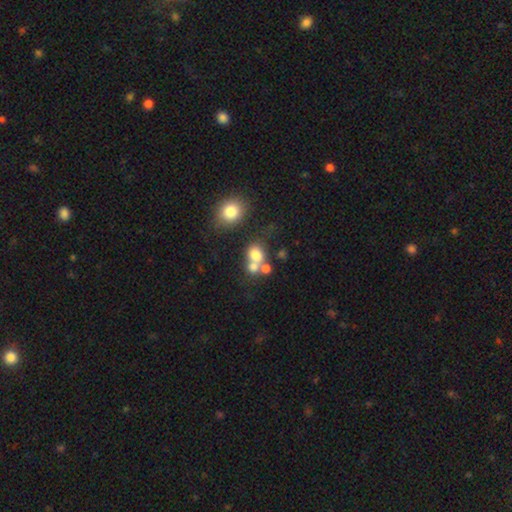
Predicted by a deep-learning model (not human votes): smooth 70%, featured or disk 16%, star or artifact 14%. Down the decision tree: how rounded — round (66%); merging — merger (53%).